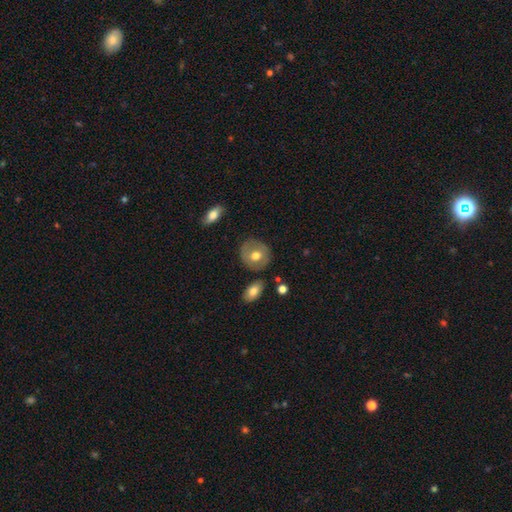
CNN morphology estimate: The model was most divided on "smooth or featured": smooth: 60%, featured or disk: 33%, star or artifact: 7%. More confident: merging — none (79%); how rounded — round (77%).